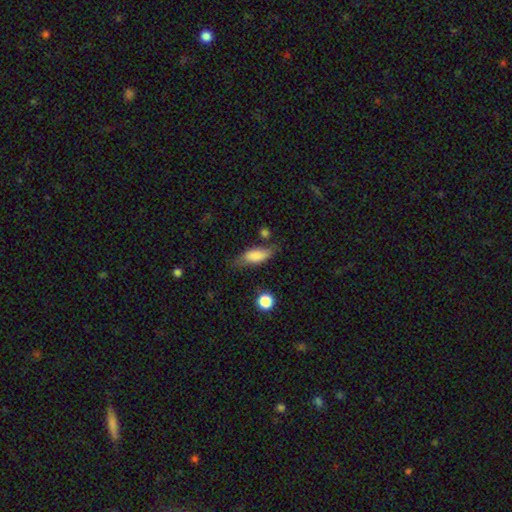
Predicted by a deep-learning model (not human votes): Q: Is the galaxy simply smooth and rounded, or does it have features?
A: smooth — 77%.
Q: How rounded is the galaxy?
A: in between — 73%.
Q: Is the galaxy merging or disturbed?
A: none — 58%.